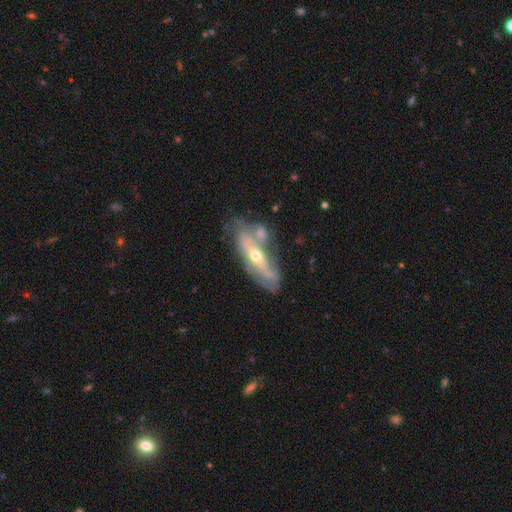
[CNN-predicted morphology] type=featured or disk (73%); edge-on=no (78%); bar=no (64%); spiral arms=yes (74%); bulge=moderate (55%); merging=none (49%).